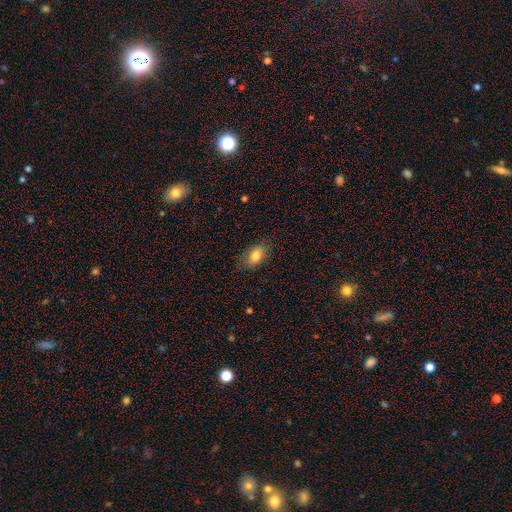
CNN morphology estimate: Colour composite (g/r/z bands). It shows a smooth galaxy with no disk features (80%) that is in between round and cigar-shaped (85%). Merging: none (79%).